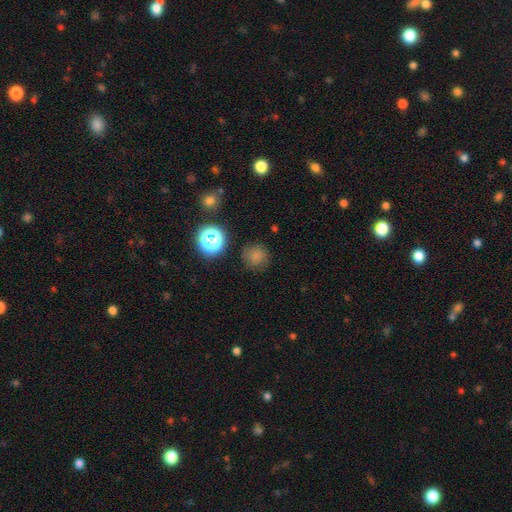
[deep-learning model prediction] This appears to be a smooth galaxy with no disk features (72%) that is round (91%). Merging: none (80%).